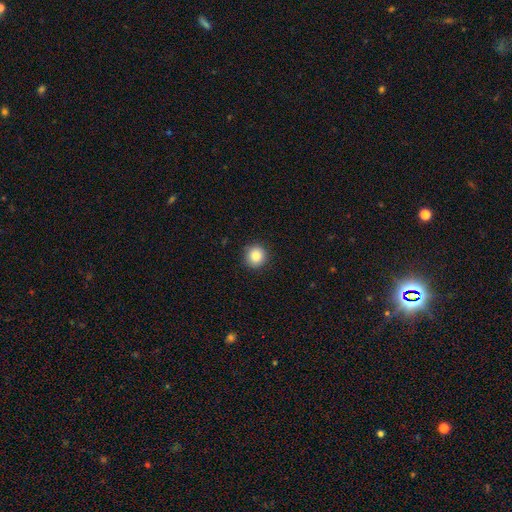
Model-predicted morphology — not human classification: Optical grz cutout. It shows a smooth galaxy with no disk features (85%) that is round (93%). Merging: none (91%).